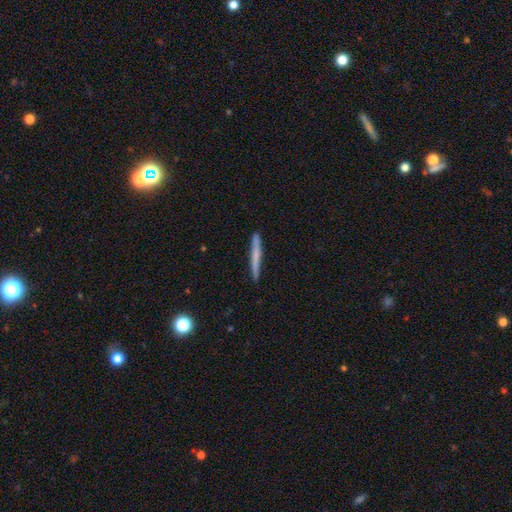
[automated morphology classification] smooth_or_featured: smooth (p=0.56) [alt: featured or disk p=0.38]
how_rounded: cigar-shaped (p=0.96) [alt: in between p=0.02]
merging: none (p=0.89) [alt: minor disturbance p=0.08]